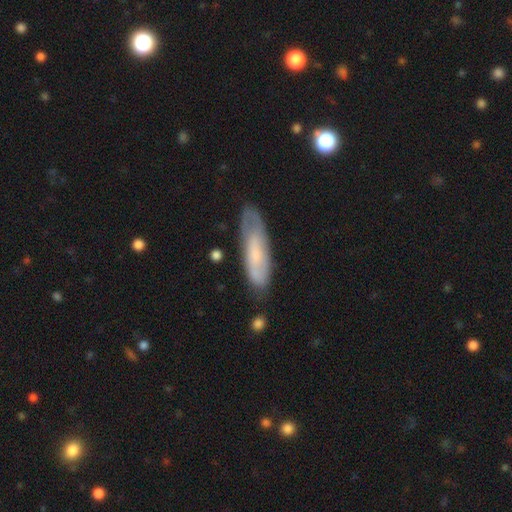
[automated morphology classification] Smooth or featured? smooth (52%)
How rounded? cigar-shaped (57%)
Merging? none (68%)